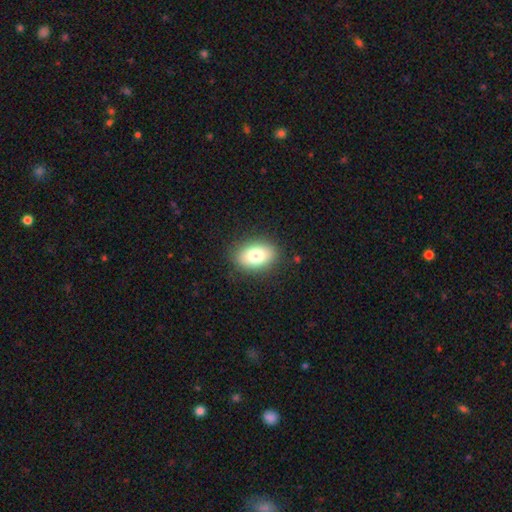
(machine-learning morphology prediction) Smooth or featured?
  - smooth: 78% *
  - featured or disk: 13%
  - star or artifact: 9%
How rounded?
  - in between: 83% *
  - round: 16%
  - cigar-shaped: 2%
Merging?
  - none: 86% *
  - minor disturbance: 10%
  - major disturbance: 3%
  - merger: 1%